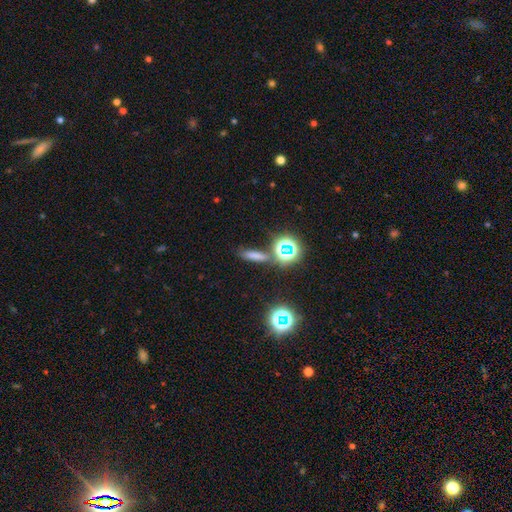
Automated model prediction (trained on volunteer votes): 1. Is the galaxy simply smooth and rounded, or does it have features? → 64% smooth, 26% star or artifact, 10% featured or disk.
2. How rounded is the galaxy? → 63% cigar-shaped, 25% in between, 12% round.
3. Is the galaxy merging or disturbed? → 75% none, 11% minor disturbance, 9% merger, 4% major disturbance.